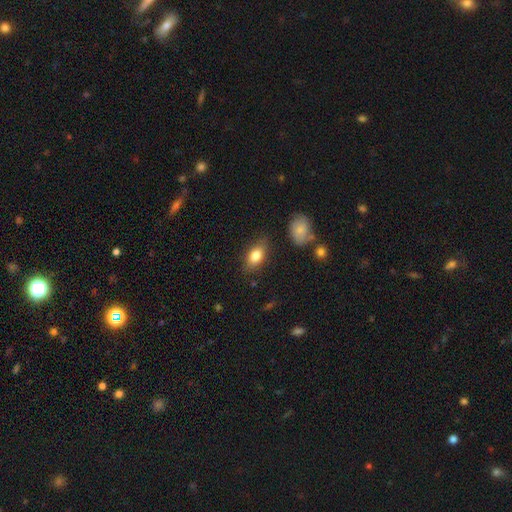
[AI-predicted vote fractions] Overall: smooth (81%). How rounded: in between (87%). Merging: none (81%).